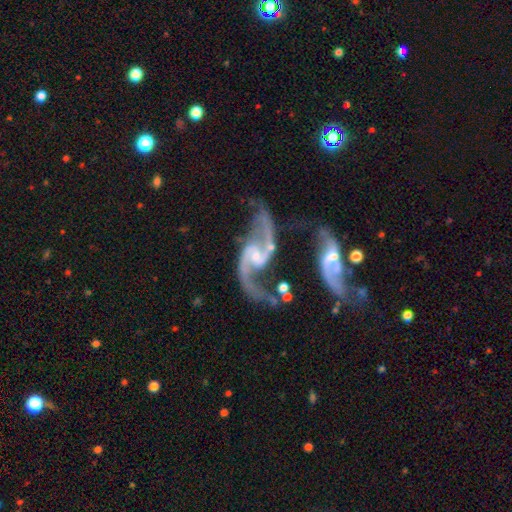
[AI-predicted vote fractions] Smooth or featured? featured or disk (93%)
Edge-on disk? no (98%)
Bar? weak (46%)
Spiral arms? yes (97%)
Spiral winding? loose (68%)
Spiral arm count? 2 (93%)
Bulge size? small (62%)
Merging? none (38%)